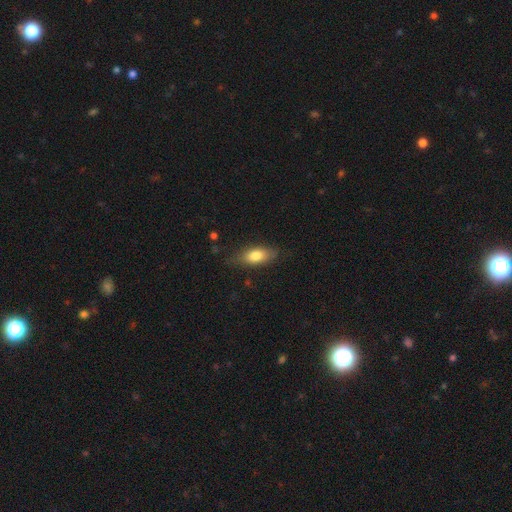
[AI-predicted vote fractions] A smooth galaxy with no disk features (77%) that is in between round and cigar-shaped (82%). Merging: none (74%).